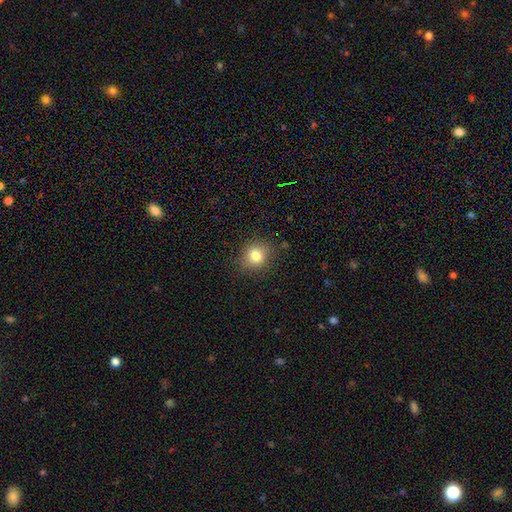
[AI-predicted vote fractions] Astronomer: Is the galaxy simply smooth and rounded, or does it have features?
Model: smooth — 80%.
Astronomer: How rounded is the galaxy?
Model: round — 77%.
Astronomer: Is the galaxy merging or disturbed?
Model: none — 84%.